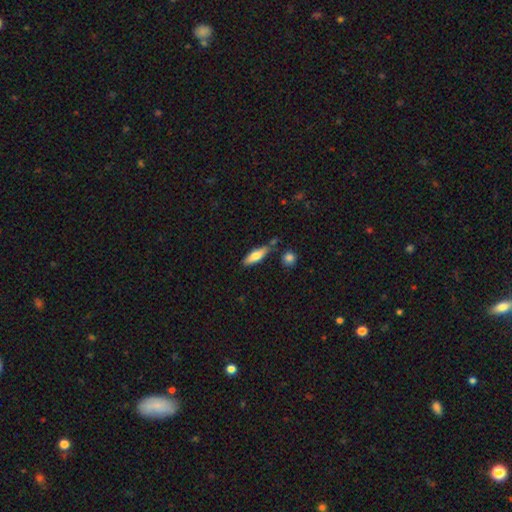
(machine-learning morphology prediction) Overall: smooth (67%; featured or disk 27%). How rounded: cigar-shaped (52%; in between 46%). Merging: none (73%).